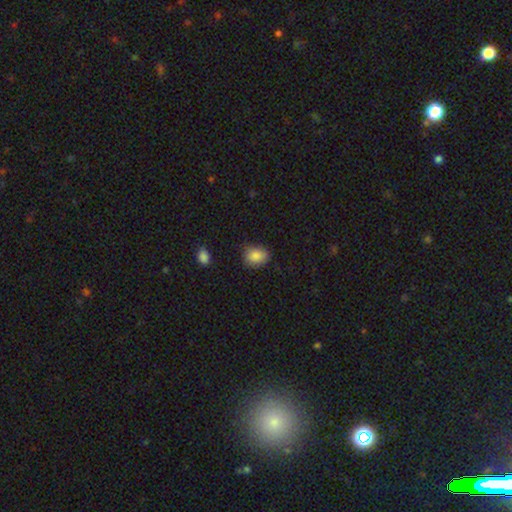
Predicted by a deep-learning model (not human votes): Smooth or featured?
  - smooth: 86% *
  - star or artifact: 8%
  - featured or disk: 6%
How rounded?
  - in between: 52% *
  - round: 47%
  - cigar-shaped: 1%
Merging?
  - none: 79% *
  - minor disturbance: 16%
  - major disturbance: 3%
  - merger: 2%